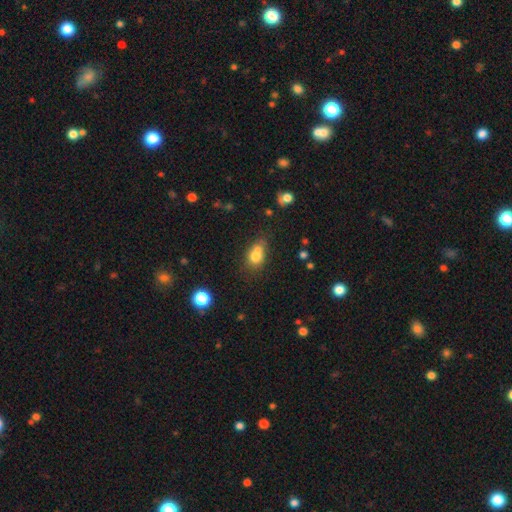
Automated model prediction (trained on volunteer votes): Smooth or featured?
  - smooth: 73% *
  - featured or disk: 15%
  - star or artifact: 13%
How rounded?
  - in between: 50% *
  - round: 48%
  - cigar-shaped: 2%
Merging?
  - merger: 41% *
  - none: 38%
  - minor disturbance: 15%
  - major disturbance: 6%